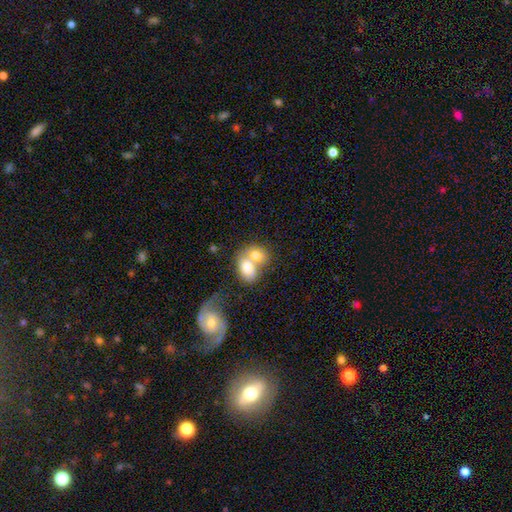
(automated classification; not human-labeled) Smooth or featured? smooth (68%)
How rounded? in between (61%)
Merging? merger (76%)